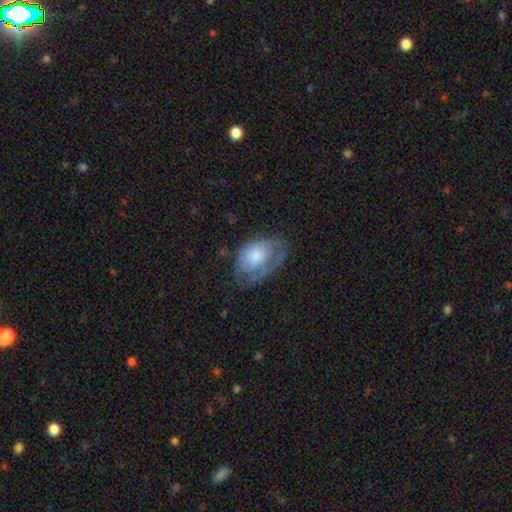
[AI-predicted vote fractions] Smooth or featured? featured or disk (47%)
Merging? none (46%)